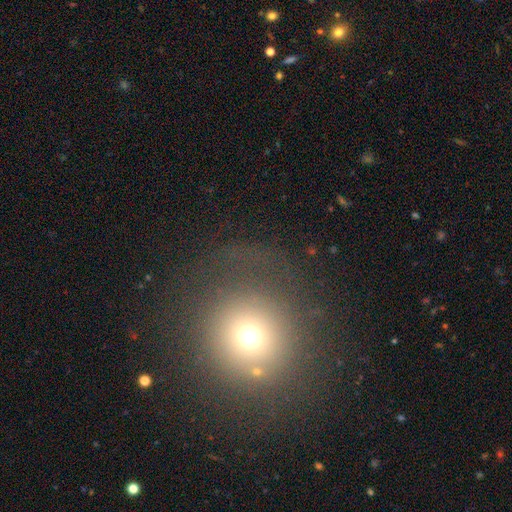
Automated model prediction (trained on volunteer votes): Overall: smooth (60%; star or artifact 24%). How rounded: round (93%). Merging: none (74%).